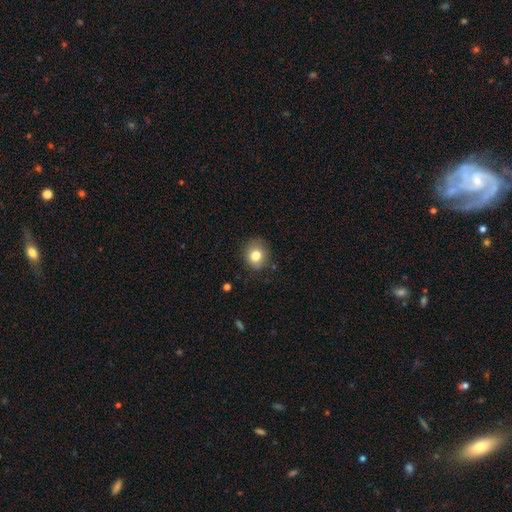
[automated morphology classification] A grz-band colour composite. It shows a smooth galaxy with no disk features (80%) that is round (75%). Merging: none (80%).